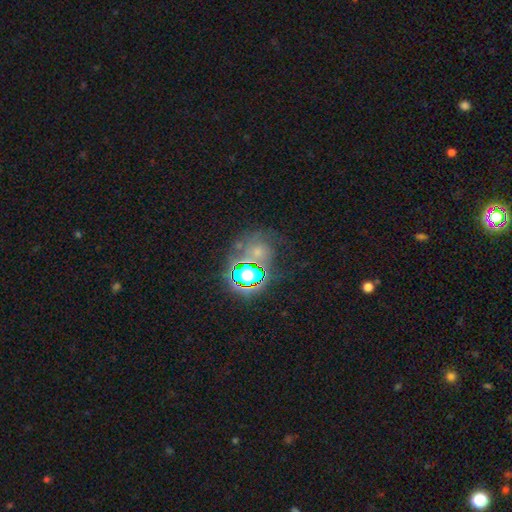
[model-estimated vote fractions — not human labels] Smooth or featured?
  - star or artifact: 53% *
  - smooth: 27%
  - featured or disk: 20%